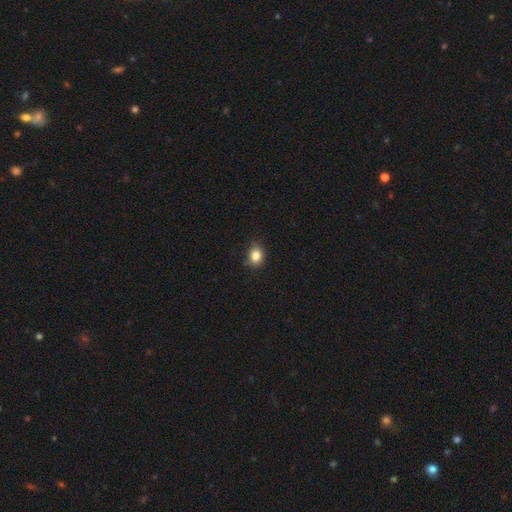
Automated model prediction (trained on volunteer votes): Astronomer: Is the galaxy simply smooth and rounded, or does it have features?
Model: smooth — 84%.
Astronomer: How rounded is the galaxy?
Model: round — 60% (runner-up: in between, 39%).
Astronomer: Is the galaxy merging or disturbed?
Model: none — 76%.